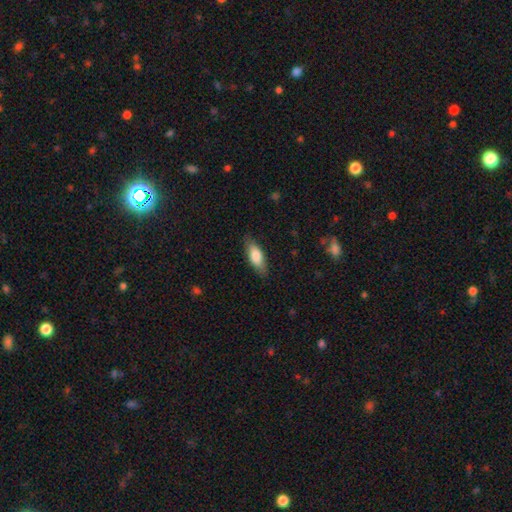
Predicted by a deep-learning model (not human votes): The model was most divided on "how rounded": in between: 73%, cigar-shaped: 25%, round: 2%. More confident: merging — none (82%); smooth or featured — smooth (78%).